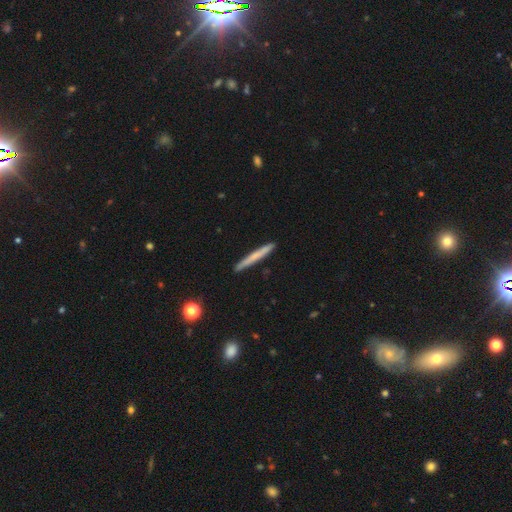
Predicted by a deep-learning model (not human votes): Smooth or featured? smooth (62%)
How rounded? cigar-shaped (97%)
Merging? none (91%)